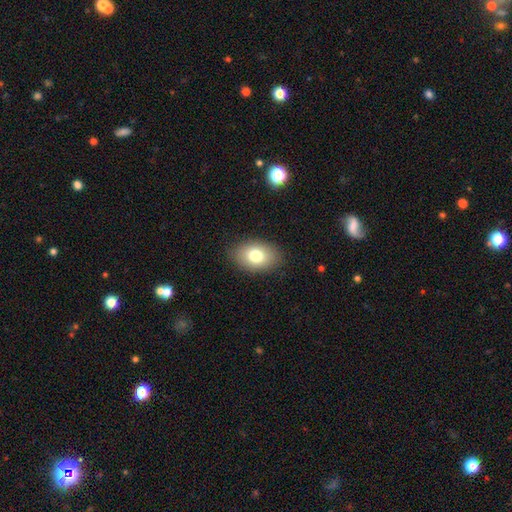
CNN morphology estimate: Smooth or featured? Predicted: smooth (p=0.78). How rounded? Predicted: in between (p=0.83). Merging? Predicted: none (p=0.86).